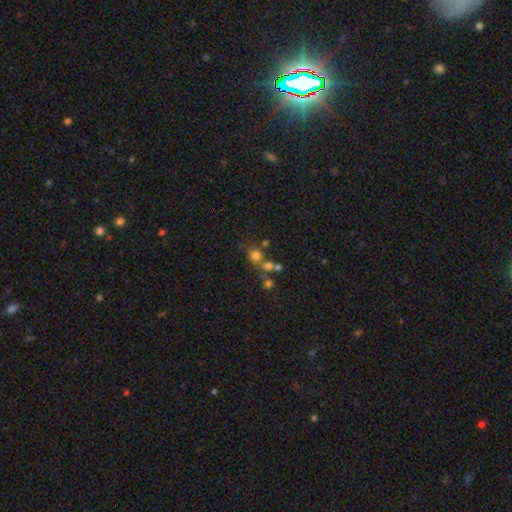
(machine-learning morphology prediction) smooth-or-featured: smooth: 69% | star or artifact: 19% | featured or disk: 12%
  how-rounded: round: 86% | in between: 13% | cigar-shaped: 1%
  merging: none: 51% | merger: 34% | minor disturbance: 9% | major disturbance: 6%